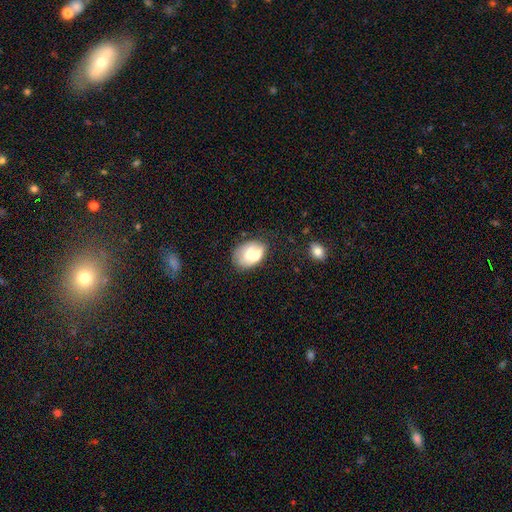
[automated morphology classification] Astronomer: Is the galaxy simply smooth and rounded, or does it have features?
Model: smooth — 60%.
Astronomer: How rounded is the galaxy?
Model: in between — 74%.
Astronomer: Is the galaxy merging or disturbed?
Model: none — 37% (runner-up: merger, 35%).